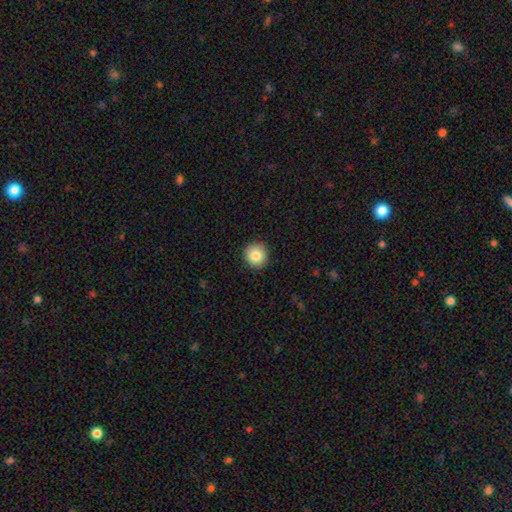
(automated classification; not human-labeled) A smooth galaxy with no disk features (84%) that is round (94%). Merging: none (92%).